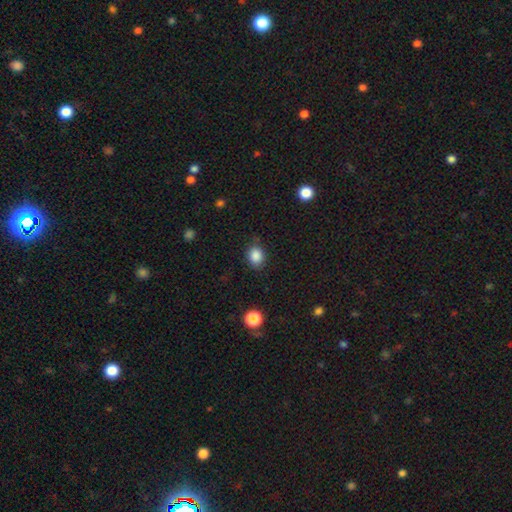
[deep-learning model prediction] smooth 86%, star or artifact 10%, featured or disk 4%. Down the decision tree: how rounded — round (53%); merging — none (81%).